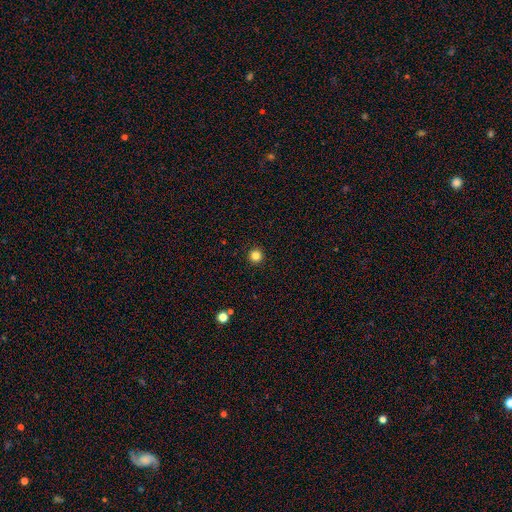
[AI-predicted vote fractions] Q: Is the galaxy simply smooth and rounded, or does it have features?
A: smooth — 83%.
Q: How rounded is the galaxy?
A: round — 96%.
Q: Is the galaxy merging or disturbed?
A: none — 94%.